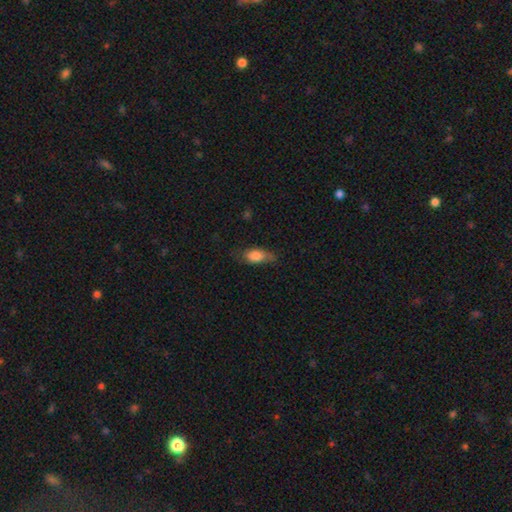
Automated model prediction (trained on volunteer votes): Morphology: type=smooth (77%); roundness=in between (83%); merging=none (57%).